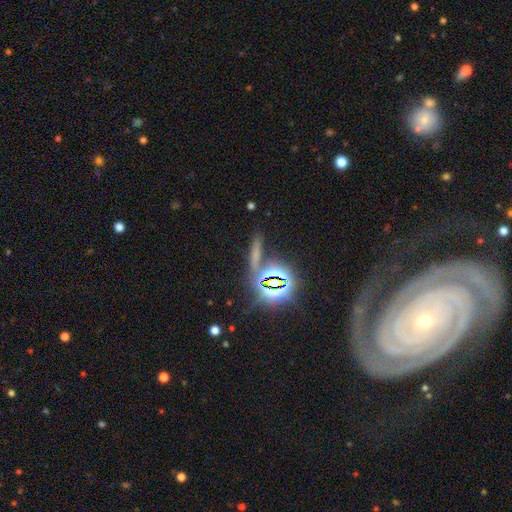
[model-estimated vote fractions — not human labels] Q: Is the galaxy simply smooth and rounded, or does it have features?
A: star or artifact — 46%.